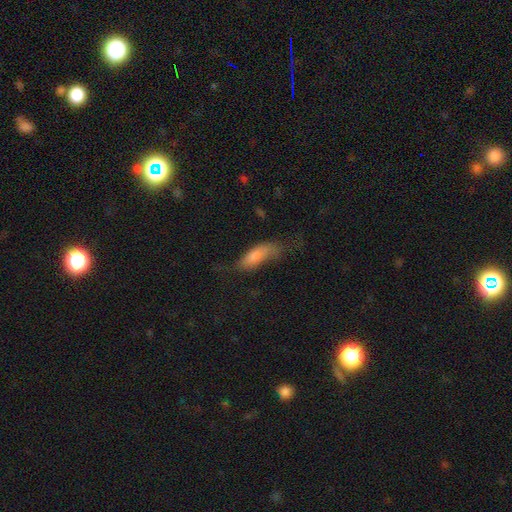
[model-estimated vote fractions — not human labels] The model was most divided on "merging": none: 39%, minor disturbance: 32%, major disturbance: 26%, merger: 3%. More confident: smooth or featured — smooth (73%); how rounded — in between (64%).